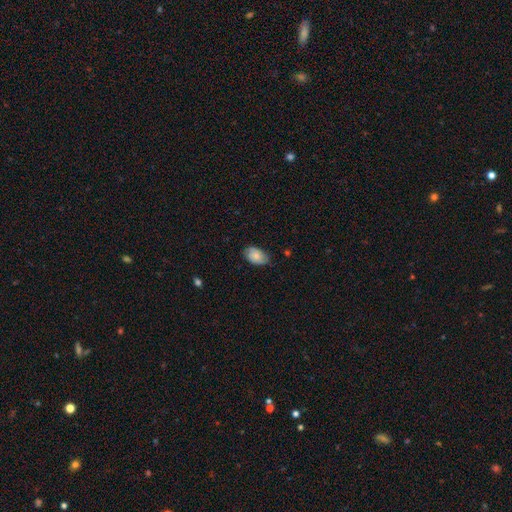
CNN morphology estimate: smooth-or-featured: smooth: 62% | featured or disk: 30% | star or artifact: 7%
  how-rounded: in between: 89% | round: 9% | cigar-shaped: 1%
  merging: none: 72% | minor disturbance: 22% | major disturbance: 4% | merger: 1%